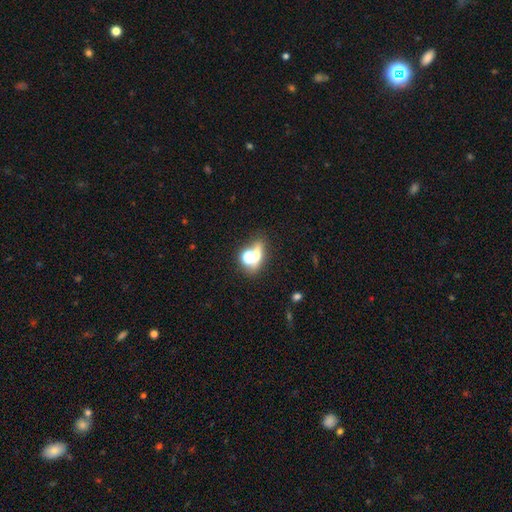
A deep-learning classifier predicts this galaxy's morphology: Smooth or featured?
  - smooth: 55% *
  - star or artifact: 26%
  - featured or disk: 19%
How rounded?
  - round: 51% *
  - in between: 42%
  - cigar-shaped: 7%
Merging?
  - none: 47% *
  - merger: 32%
  - minor disturbance: 12%
  - major disturbance: 10%